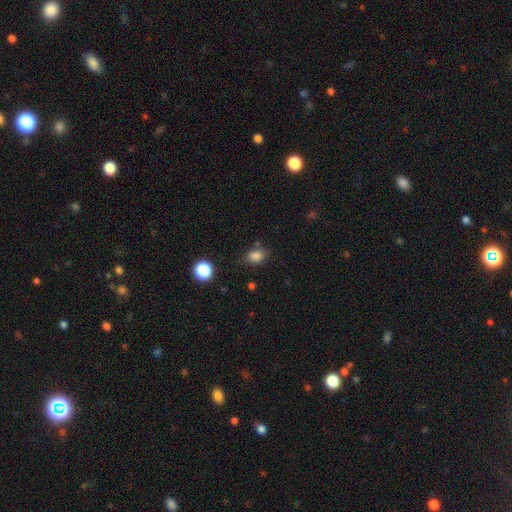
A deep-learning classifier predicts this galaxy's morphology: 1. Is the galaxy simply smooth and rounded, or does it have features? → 83% smooth, 13% star or artifact, 5% featured or disk.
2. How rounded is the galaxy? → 66% in between, 32% round, 1% cigar-shaped.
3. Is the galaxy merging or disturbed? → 74% none, 16% minor disturbance, 5% merger, 4% major disturbance.